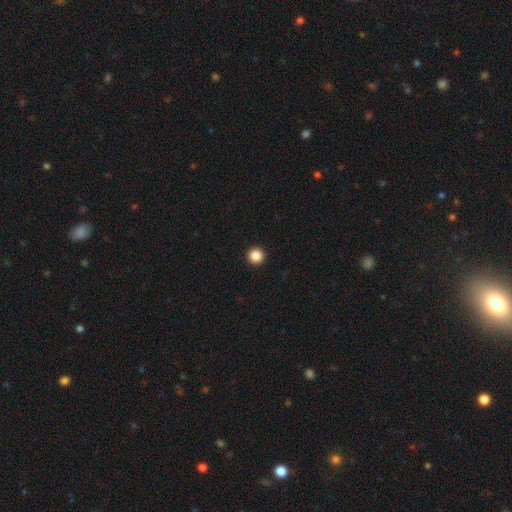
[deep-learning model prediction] smooth_or_featured: smooth (p=0.87) [alt: star or artifact p=0.10]
how_rounded: round (p=0.97) [alt: in between p=0.02]
merging: none (p=0.95) [alt: minor disturbance p=0.03]